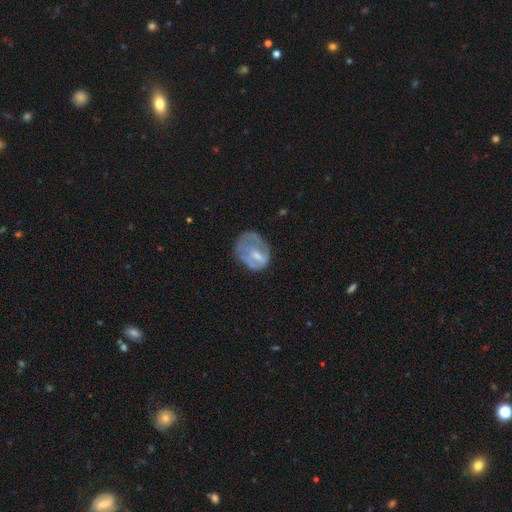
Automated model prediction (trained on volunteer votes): Morphology: type=featured or disk (48%); merging=none (35%).